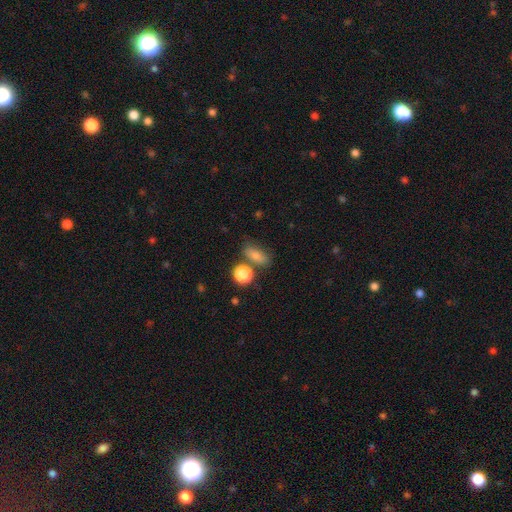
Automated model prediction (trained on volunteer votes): Smooth or featured? smooth (78%)
How rounded? in between (73%)
Merging? none (68%)